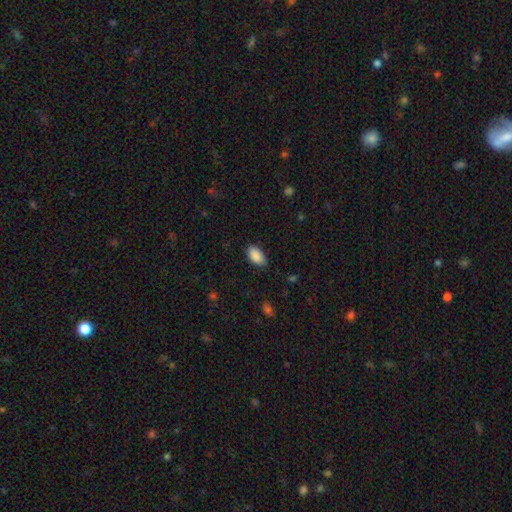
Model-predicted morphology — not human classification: Smooth or featured: smooth — 90% (star or artifact — 7%)
How rounded: in between — 94% (round — 4%)
Merging: none — 82% (minor disturbance — 14%)